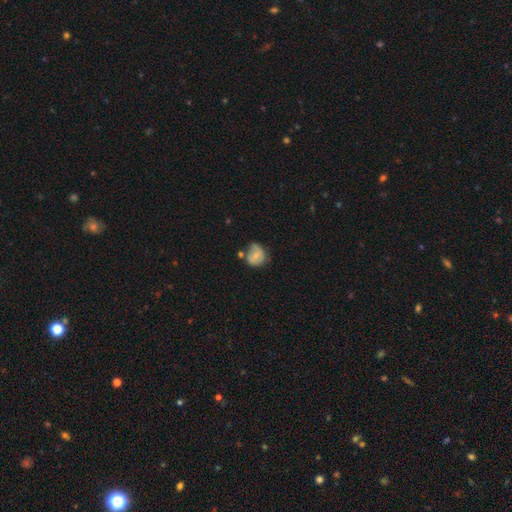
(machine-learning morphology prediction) type=smooth (58%); roundness=round (69%); merging=none (45%).